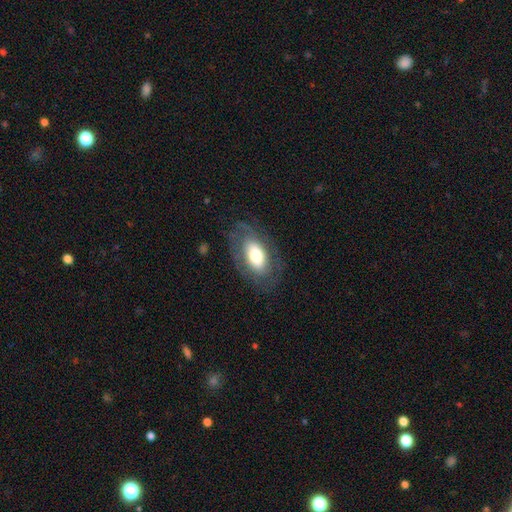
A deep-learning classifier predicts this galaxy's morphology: This is possibly a smooth galaxy (50%). How rounded: clearly in between (91%). Merging: likely none (72%).